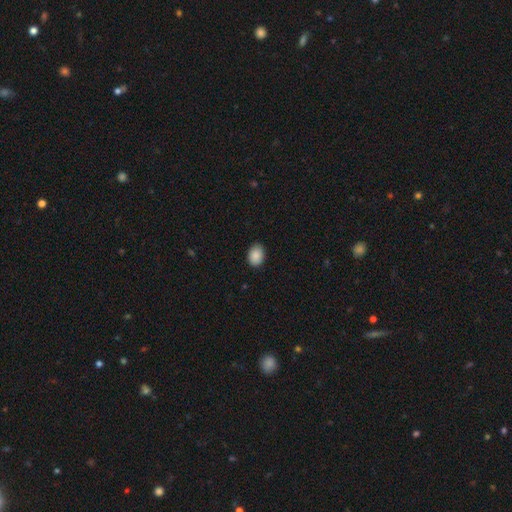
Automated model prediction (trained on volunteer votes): Overall: smooth (89%). How rounded: in between (72%). Merging: none (85%).